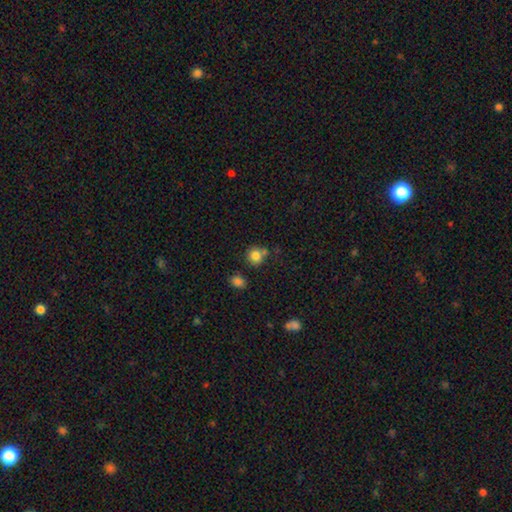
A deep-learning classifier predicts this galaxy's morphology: Overall: smooth (83%). How rounded: round (85%). Merging: none (66%).